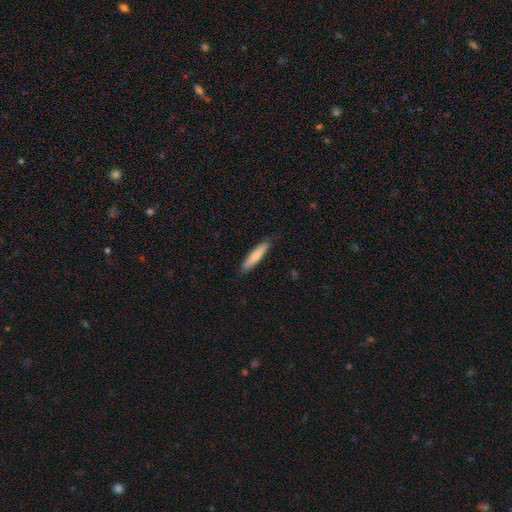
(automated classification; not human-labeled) A smooth galaxy with no disk features (72%) that is cigar-shaped (85%).

Vote fractions:
- Smooth or featured? smooth: 72% / featured or disk: 23% / star or artifact: 5%
- How rounded? cigar-shaped: 85% / in between: 14% / round: 1%
- Merging? none: 86% / minor disturbance: 11% / major disturbance: 2% / merger: 1%